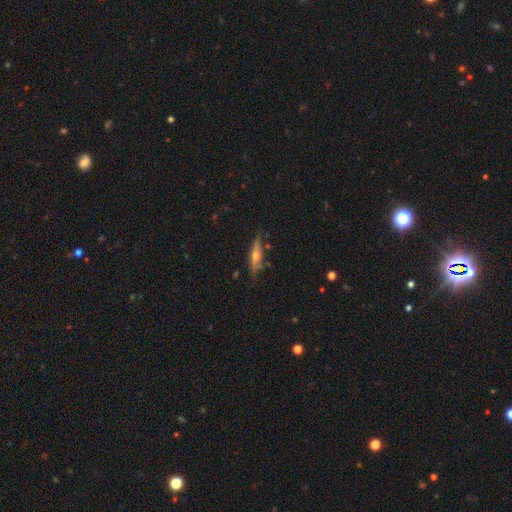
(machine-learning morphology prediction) Q: Smooth or featured?
A: featured or disk (61%); runner-up: smooth (32%)
Q: Edge-on disk?
A: yes (91%); runner-up: no (9%)
Q: Edge-on bulge?
A: rounded (91%); runner-up: none (5%)
Q: Merging?
A: none (77%); runner-up: minor disturbance (17%)